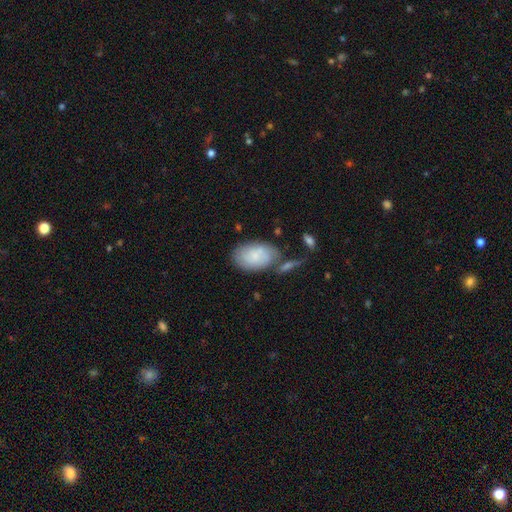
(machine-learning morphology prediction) Smooth or featured? Predicted: smooth (p=0.69). How rounded? Predicted: in between (p=0.90). Merging? Predicted: none (p=0.58).